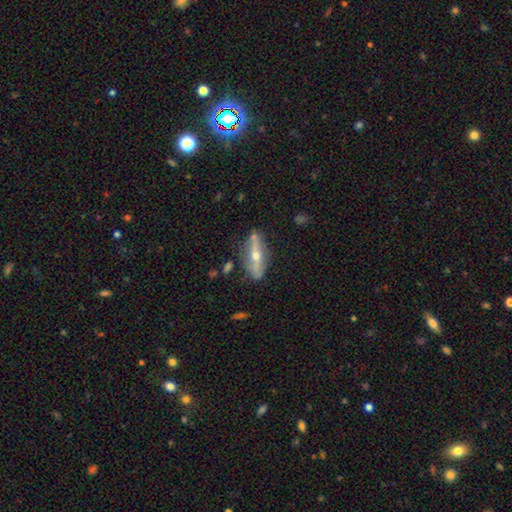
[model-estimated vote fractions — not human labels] Q: Smooth or featured?
A: featured or disk (66%); runner-up: smooth (28%)
Q: Edge-on disk?
A: yes (71%); runner-up: no (29%)
Q: Merging?
A: none (74%); runner-up: minor disturbance (17%)